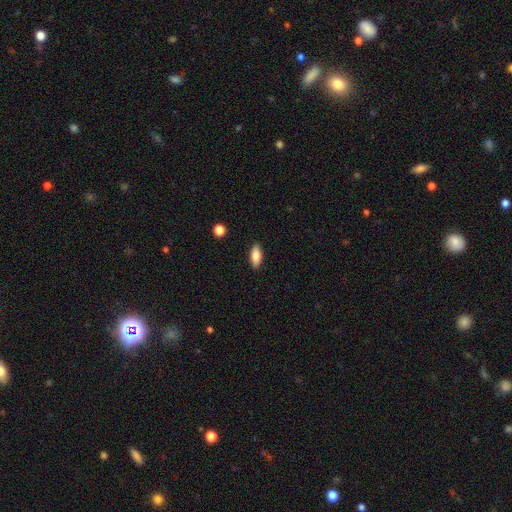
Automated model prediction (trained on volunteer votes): smooth-or-featured: smooth: 81% | featured or disk: 12% | star or artifact: 7%
  how-rounded: in between: 82% | cigar-shaped: 16% | round: 3%
  merging: none: 89% | minor disturbance: 8% | major disturbance: 2% | merger: 1%